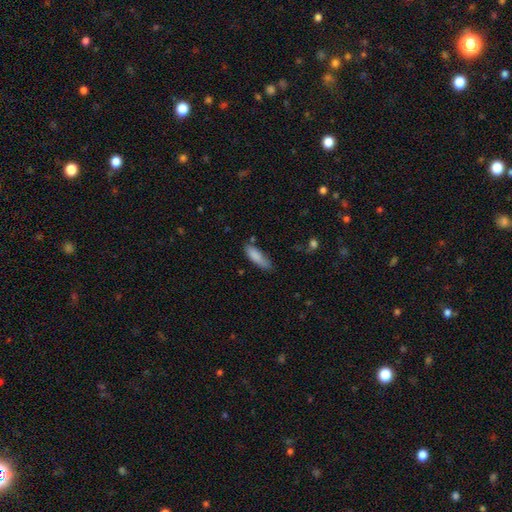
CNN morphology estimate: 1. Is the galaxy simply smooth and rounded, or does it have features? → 85% smooth, 8% featured or disk, 7% star or artifact.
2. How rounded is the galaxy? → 52% cigar-shaped, 46% in between, 2% round.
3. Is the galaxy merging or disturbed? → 65% none, 25% minor disturbance, 5% major disturbance, 4% merger.